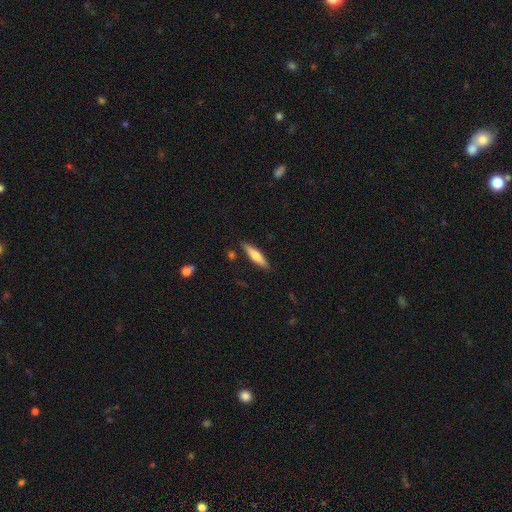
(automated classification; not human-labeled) smooth 65%, featured or disk 29%, star or artifact 6%. Down the decision tree: how rounded — cigar-shaped (80%); merging — none (86%).